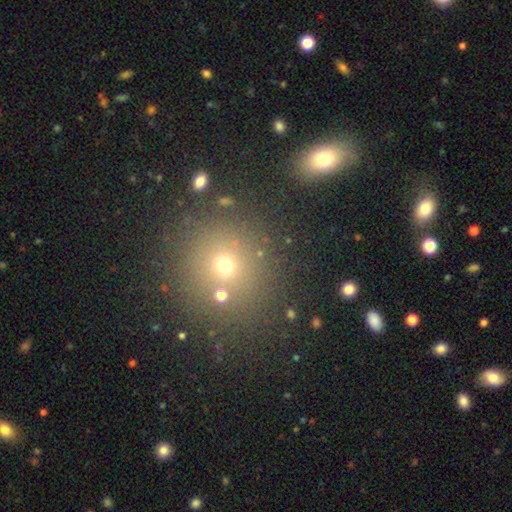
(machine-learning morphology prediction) A smooth galaxy with no disk features (59%) that is round (86%). Merging: none (76%).